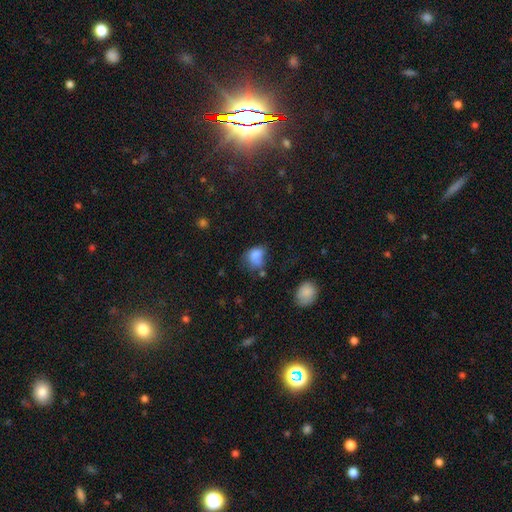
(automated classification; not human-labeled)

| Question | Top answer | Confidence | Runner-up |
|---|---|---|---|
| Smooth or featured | smooth | 76% | featured or disk (13%) |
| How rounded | in between | 59% | round (40%) |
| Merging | none | 33% | minor disturbance (31%) |